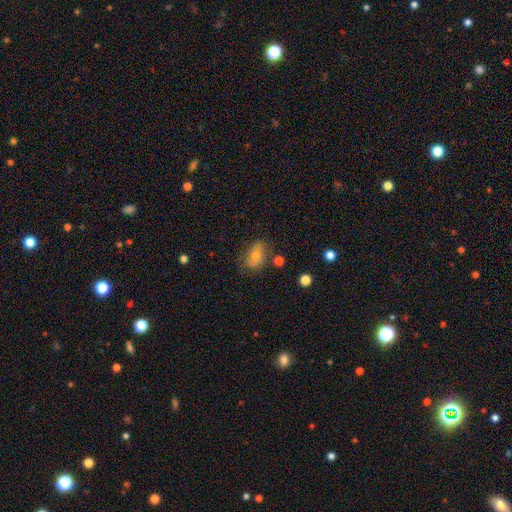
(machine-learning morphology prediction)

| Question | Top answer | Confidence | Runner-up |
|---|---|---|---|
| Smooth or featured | smooth | 69% | featured or disk (22%) |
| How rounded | in between | 86% | round (11%) |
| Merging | none | 62% | minor disturbance (24%) |